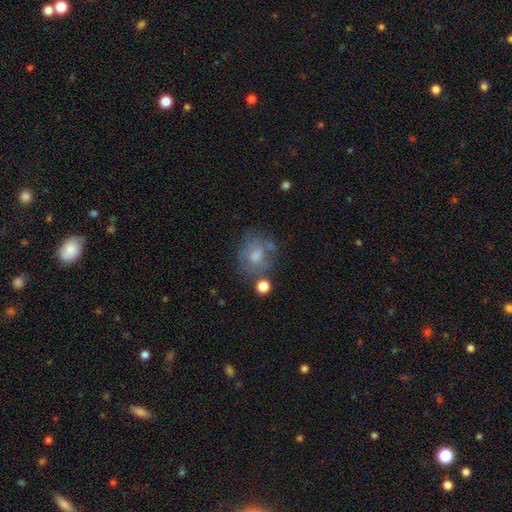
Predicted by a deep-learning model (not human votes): Q: Smooth or featured?
A: smooth (43%); runner-up: featured or disk (40%)
Q: Merging?
A: none (55%); runner-up: minor disturbance (20%)